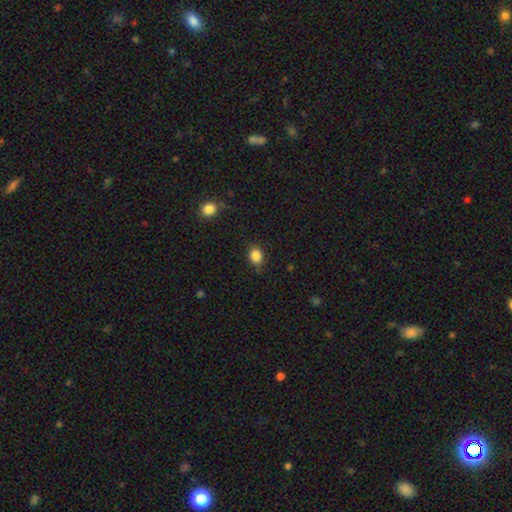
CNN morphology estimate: smooth-or-featured: smooth: 85% | star or artifact: 10% | featured or disk: 5%
  how-rounded: in between: 59% | round: 40% | cigar-shaped: 1%
  merging: none: 79% | minor disturbance: 16% | major disturbance: 3% | merger: 1%